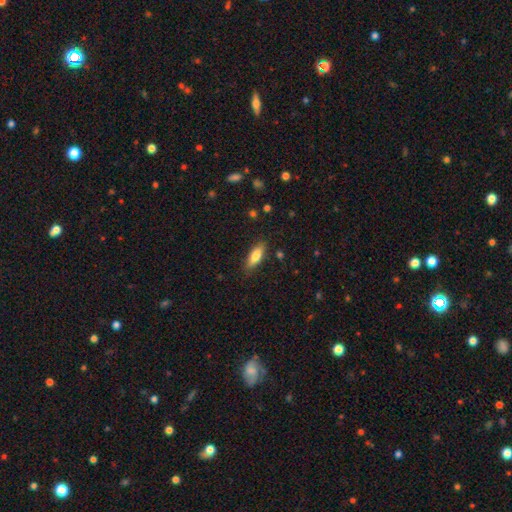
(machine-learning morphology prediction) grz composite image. It shows a smooth galaxy with no disk features (78%) that is in between round and cigar-shaped (64%). Merging: none (84%).